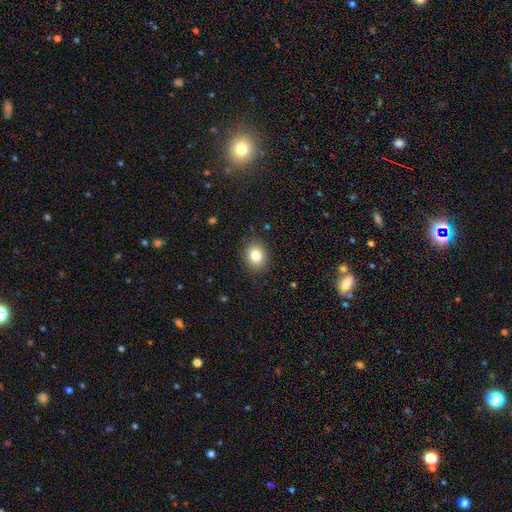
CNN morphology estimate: A smooth galaxy with no disk features (82%) that is round (60%).

Vote fractions:
- Smooth or featured? smooth: 82% / star or artifact: 10% / featured or disk: 7%
- How rounded? round: 60% / in between: 40% / cigar-shaped: 1%
- Merging? none: 87% / minor disturbance: 9% / major disturbance: 3% / merger: 1%